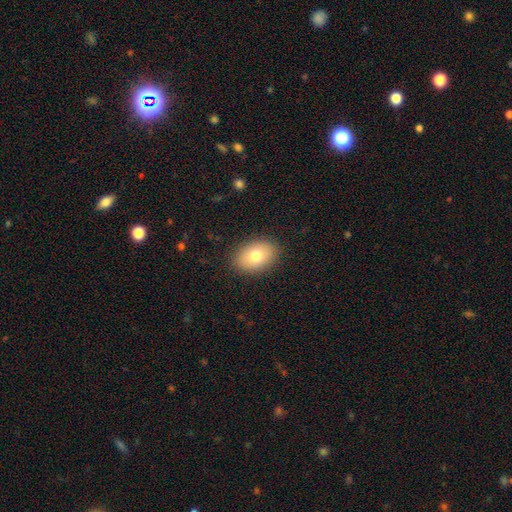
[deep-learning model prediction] Q: Smooth or featured?
A: smooth (76%); runner-up: featured or disk (15%)
Q: How rounded?
A: in between (84%); runner-up: round (15%)
Q: Merging?
A: none (88%); runner-up: minor disturbance (8%)